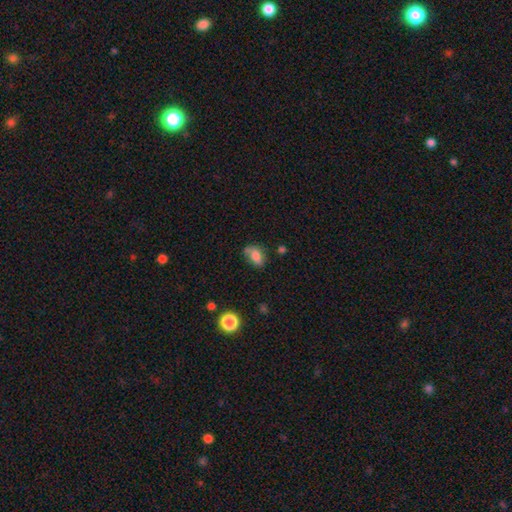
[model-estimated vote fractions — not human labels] The model was most divided on "merging": none: 51%, minor disturbance: 27%, merger: 12%, major disturbance: 10%. More confident: how rounded — in between (85%); smooth or featured — smooth (77%).